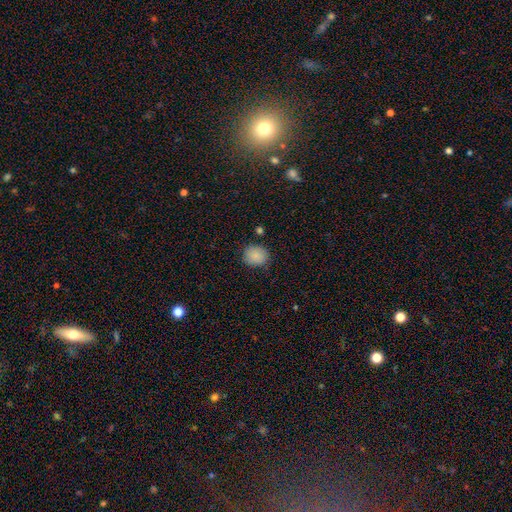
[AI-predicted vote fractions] Morphology: type=smooth (87%); roundness=round (74%); merging=none (82%).